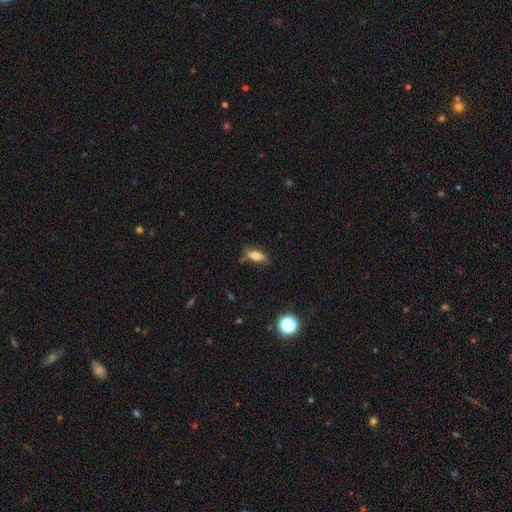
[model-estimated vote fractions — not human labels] A smooth galaxy with no disk features (69%) that is in between round and cigar-shaped (71%).

Vote fractions:
- Smooth or featured? smooth: 69% / featured or disk: 21% / star or artifact: 9%
- How rounded? in between: 71% / cigar-shaped: 25% / round: 4%
- Merging? none: 68% / minor disturbance: 23% / major disturbance: 5% / merger: 4%